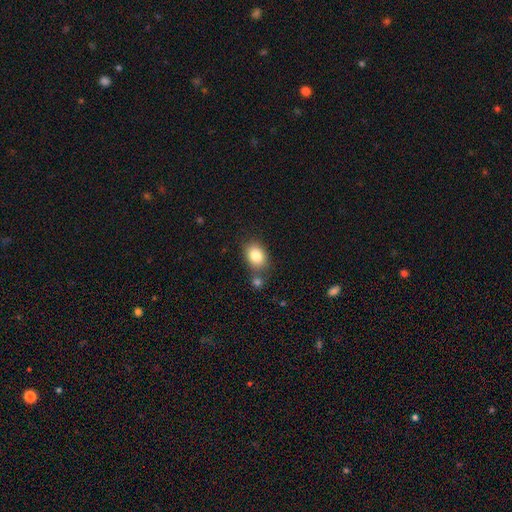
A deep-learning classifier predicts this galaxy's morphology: Overall: smooth (84%). How rounded: in between (63%; round 36%). Merging: none (66%).